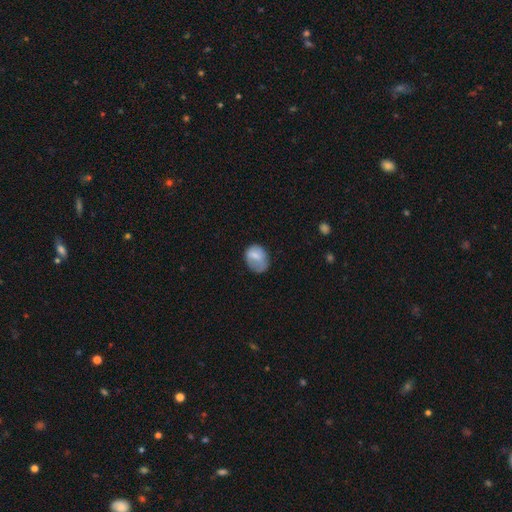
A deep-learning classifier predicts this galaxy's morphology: Smooth or featured? Predicted: smooth (p=0.72). How rounded? Predicted: in between (p=0.61). Merging? Predicted: none (p=0.45).